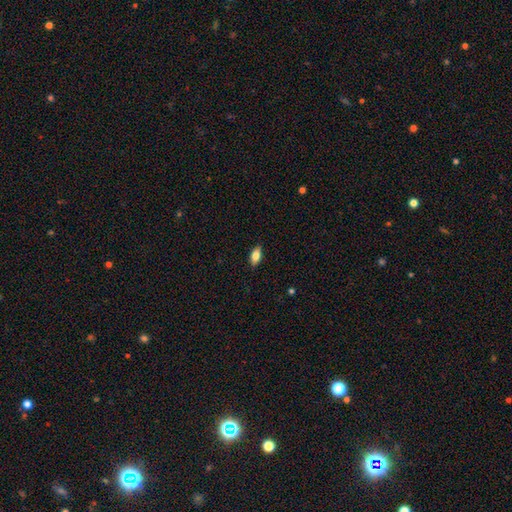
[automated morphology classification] Smooth or featured? Predicted: smooth (p=0.80). How rounded? Predicted: in between (p=0.88). Merging? Predicted: none (p=0.88).